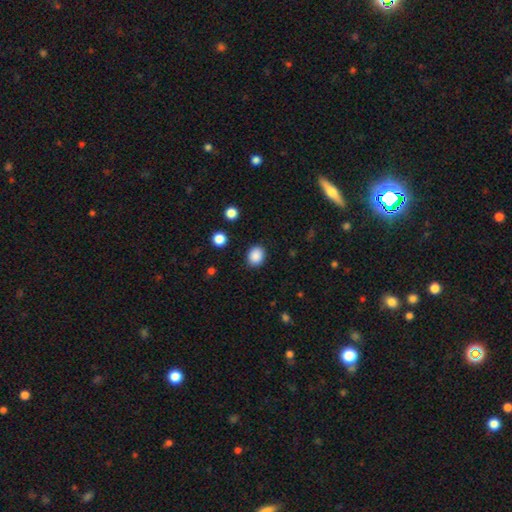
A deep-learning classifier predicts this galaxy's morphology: smooth-or-featured: smooth: 88% | star or artifact: 9% | featured or disk: 3%
  how-rounded: round: 57% | in between: 42% | cigar-shaped: 1%
  merging: none: 88% | minor disturbance: 8% | major disturbance: 2% | merger: 1%